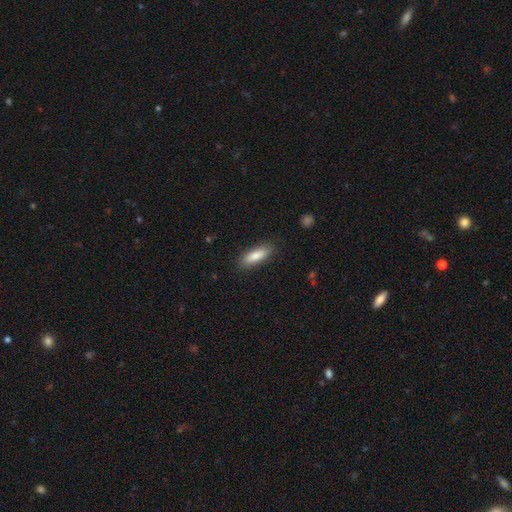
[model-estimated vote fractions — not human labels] This appears to be a smooth galaxy with no disk features (83%) that is in between round and cigar-shaped (52%). Merging: none (86%).